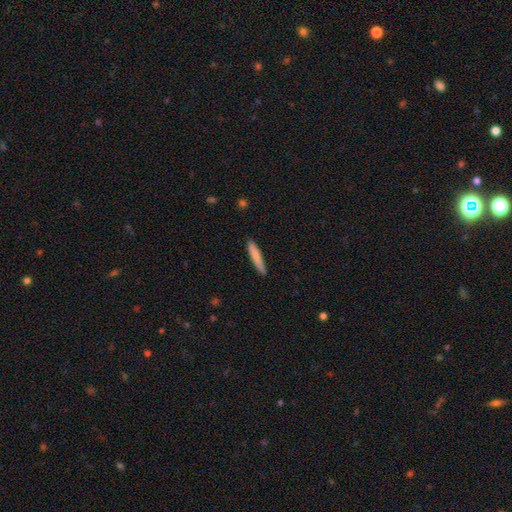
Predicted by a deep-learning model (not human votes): Smooth or featured? Predicted: smooth (p=0.80). How rounded? Predicted: cigar-shaped (p=0.92). Merging? Predicted: none (p=0.86).